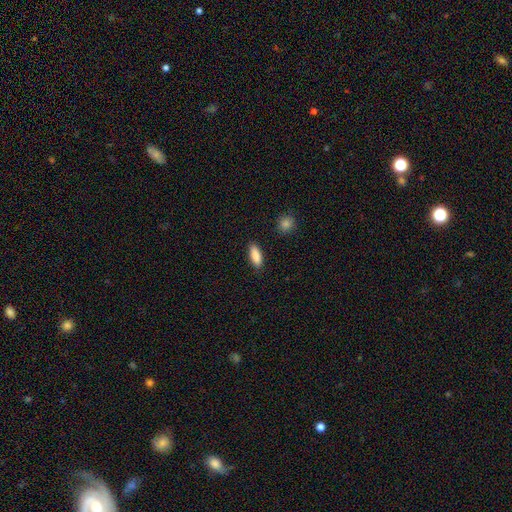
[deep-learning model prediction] This is clearly a smooth galaxy (88%). How rounded: likely in between (69%). Merging: clearly none (88%).